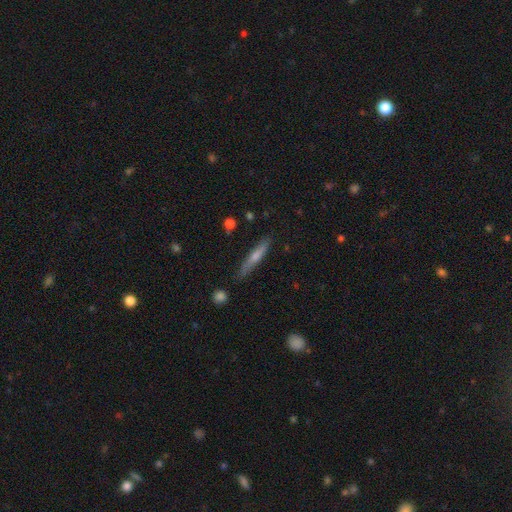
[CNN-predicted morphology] smooth_or_featured: featured or disk (p=0.48) [alt: smooth p=0.45]
merging: none (p=0.85) [alt: minor disturbance p=0.11]